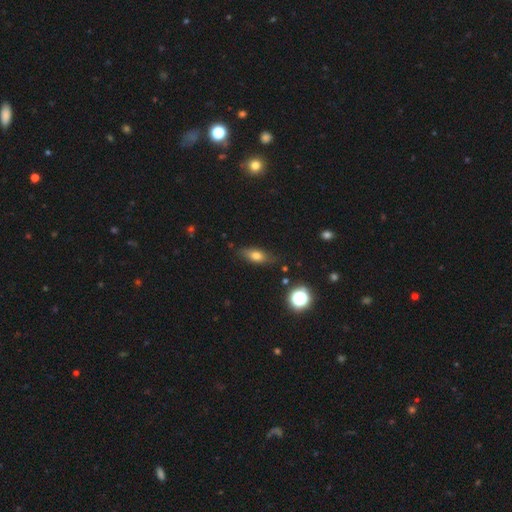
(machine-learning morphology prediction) This appears to be a smooth galaxy with no disk features (70%) that is in between round and cigar-shaped (74%). Merging: none (76%).